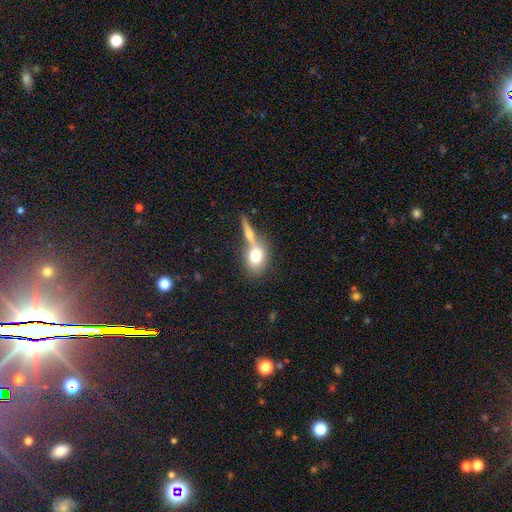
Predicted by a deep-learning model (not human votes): Smooth or featured: smooth — 72% (featured or disk — 20%)
How rounded: in between — 59% (round — 36%)
Merging: merger — 46% (none — 38%)